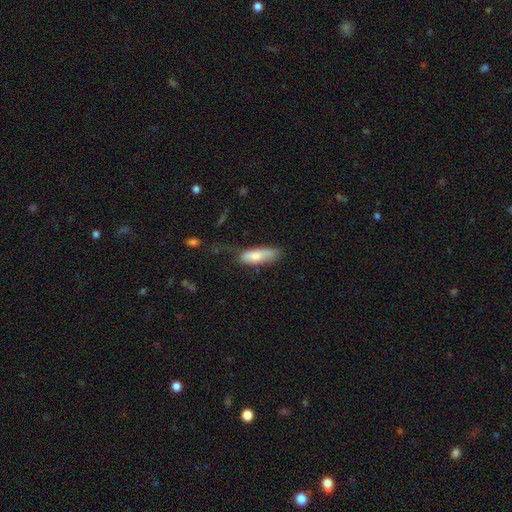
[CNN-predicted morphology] A smooth galaxy with no disk features (77%) that is in between round and cigar-shaped (51%). Merging: none (58%).